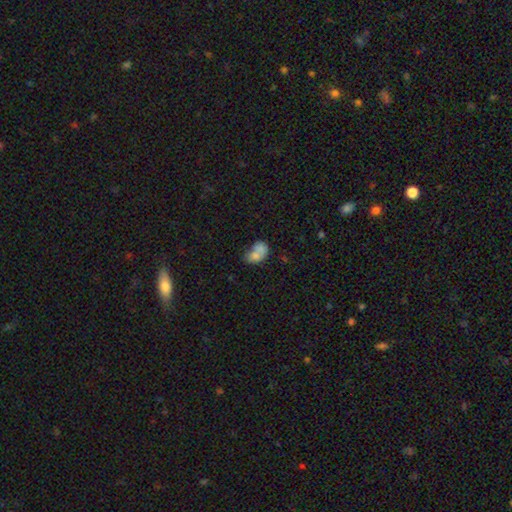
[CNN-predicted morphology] Overall: smooth (74%). How rounded: in between (75%). Merging: merger (56%; none 22%).